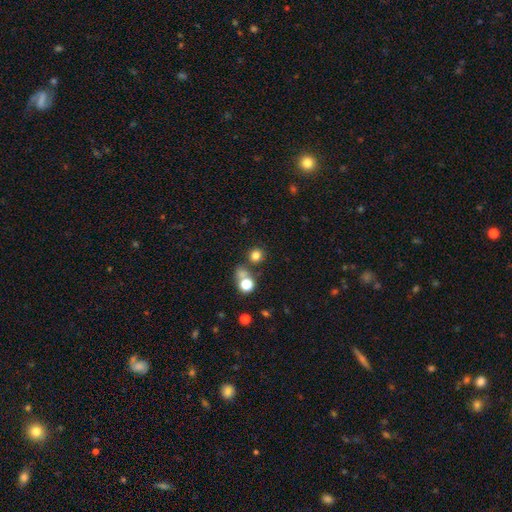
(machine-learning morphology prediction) Q: Smooth or featured?
A: smooth (77%); runner-up: star or artifact (17%)
Q: How rounded?
A: round (89%); runner-up: in between (10%)
Q: Merging?
A: none (73%); runner-up: merger (15%)